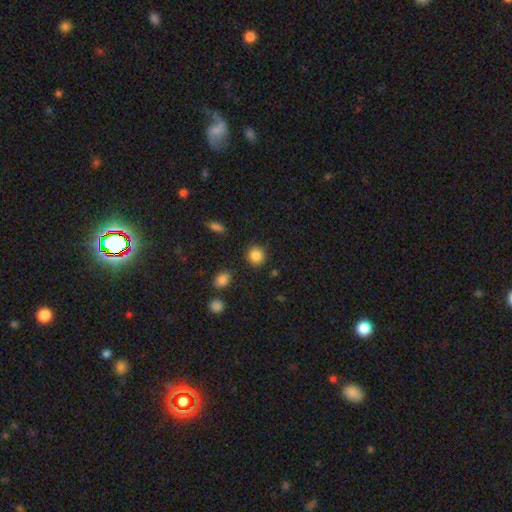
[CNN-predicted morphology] smooth_or_featured: smooth (p=0.85) [alt: star or artifact p=0.09]
how_rounded: round (p=0.90) [alt: in between p=0.09]
merging: none (p=0.88) [alt: minor disturbance p=0.08]